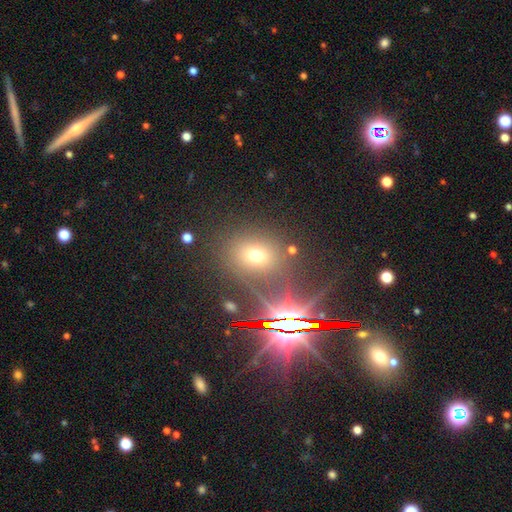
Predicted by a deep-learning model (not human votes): Smooth or featured?
  - smooth: 56% *
  - star or artifact: 33%
  - featured or disk: 12%
How rounded?
  - round: 56% *
  - in between: 42%
  - cigar-shaped: 2%
Merging?
  - none: 78% *
  - minor disturbance: 10%
  - major disturbance: 6%
  - merger: 5%